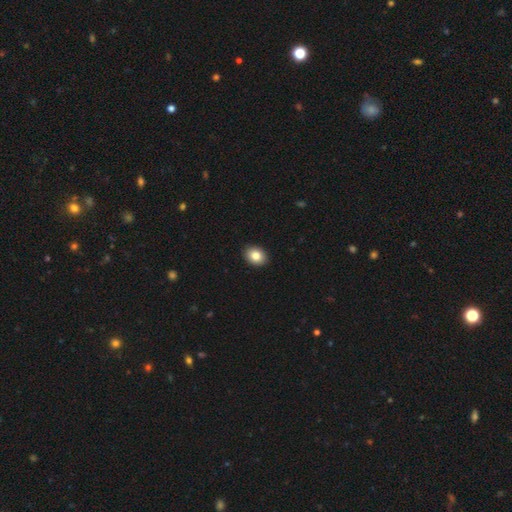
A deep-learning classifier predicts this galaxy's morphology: The model was most divided on "how rounded": in between: 64%, round: 35%, cigar-shaped: 1%. More confident: merging — none (92%); smooth or featured — smooth (85%).